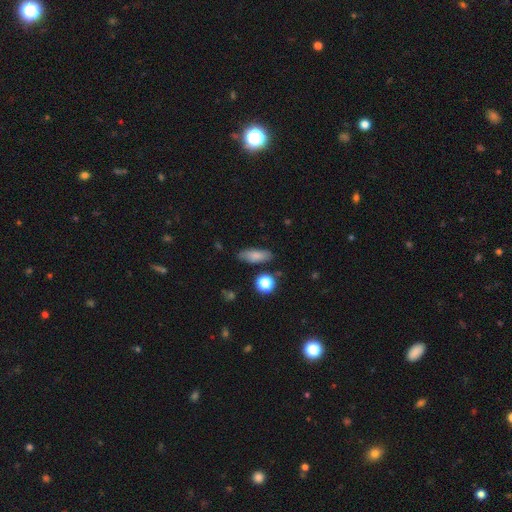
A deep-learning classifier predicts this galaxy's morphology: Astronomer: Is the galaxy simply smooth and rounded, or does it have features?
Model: smooth — 79%.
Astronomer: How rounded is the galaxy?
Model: in between — 63%.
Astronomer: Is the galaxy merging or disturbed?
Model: none — 81%.